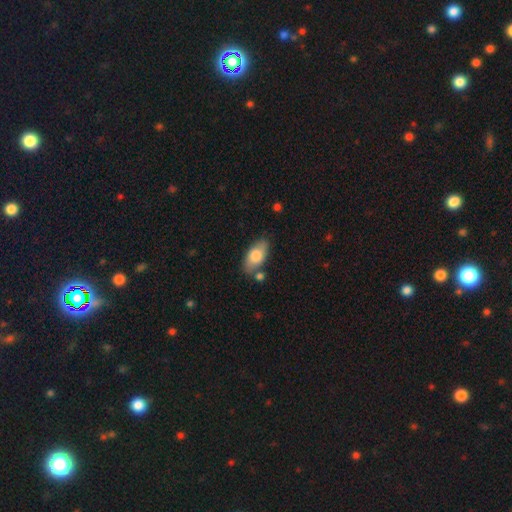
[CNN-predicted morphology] A smooth galaxy with no disk features (74%) that is in between round and cigar-shaped (92%). Merging: none (75%).